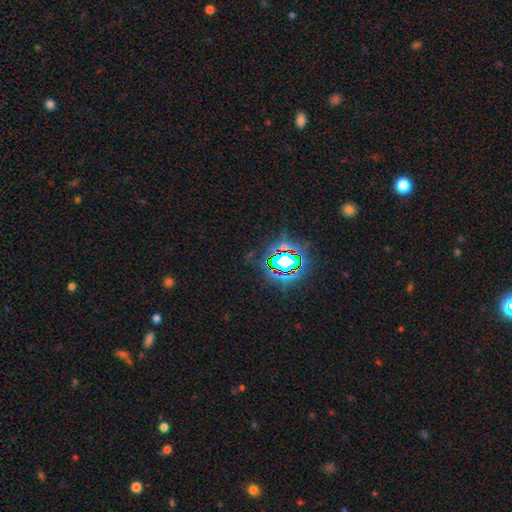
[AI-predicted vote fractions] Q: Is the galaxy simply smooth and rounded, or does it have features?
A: star or artifact — 81%.